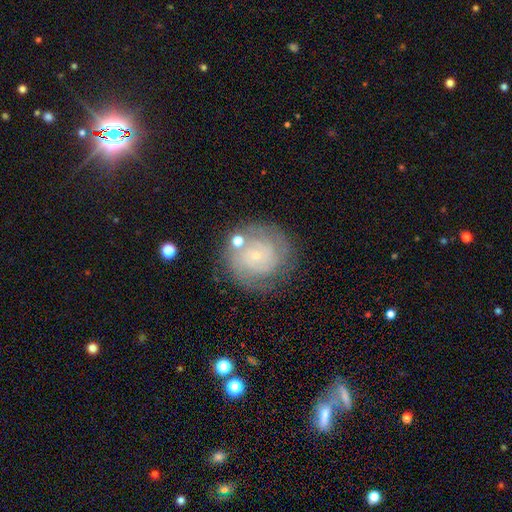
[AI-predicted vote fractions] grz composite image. It shows a featured or disk galaxy (67%) with no bar (78%), tight (70%) spiral arms (87%) and a small central bulge (85%). Merging: none (75%).